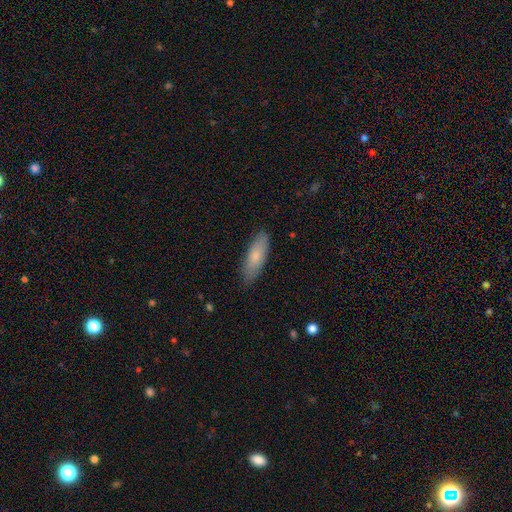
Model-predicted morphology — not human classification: smooth-or-featured: smooth: 76% | featured or disk: 18% | star or artifact: 6%
  how-rounded: in between: 56% | cigar-shaped: 42% | round: 2%
  merging: none: 83% | minor disturbance: 14% | major disturbance: 2% | merger: 1%